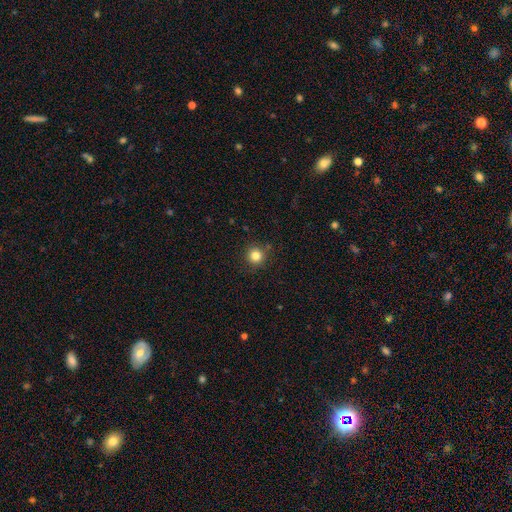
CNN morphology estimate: smooth_or_featured: smooth (p=0.82) [alt: star or artifact p=0.12]
how_rounded: round (p=0.95) [alt: in between p=0.04]
merging: none (p=0.88) [alt: minor disturbance p=0.08]